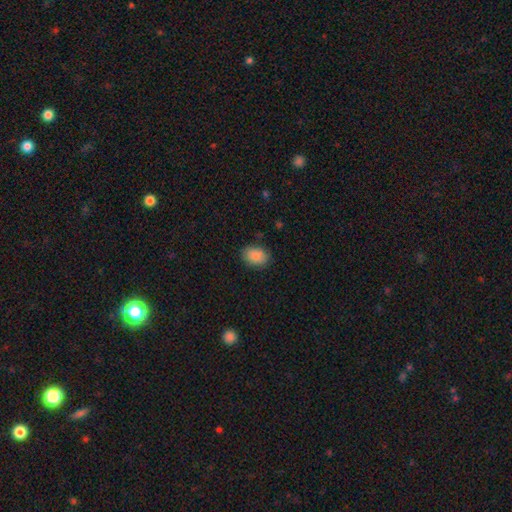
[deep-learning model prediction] Smooth or featured? Predicted: smooth (p=0.88). How rounded? Predicted: in between (p=0.78). Merging? Predicted: none (p=0.85).